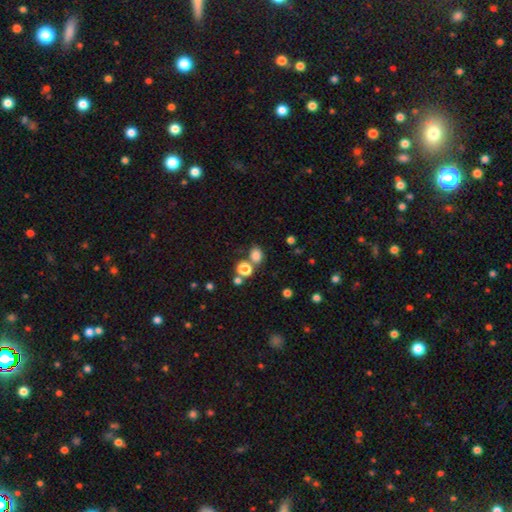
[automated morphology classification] Q: Smooth or featured?
A: smooth (79%); runner-up: star or artifact (15%)
Q: How rounded?
A: round (52%); runner-up: in between (47%)
Q: Merging?
A: none (65%); runner-up: merger (19%)